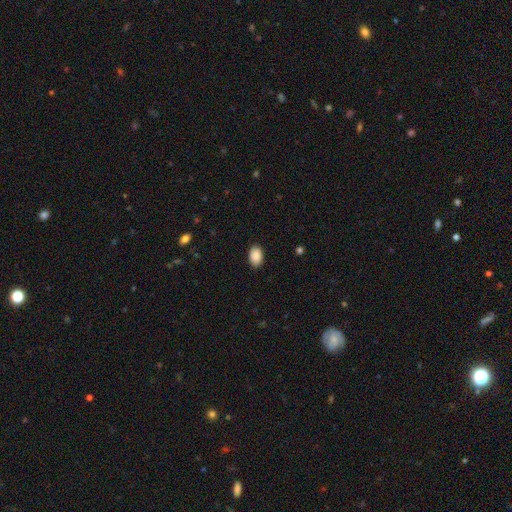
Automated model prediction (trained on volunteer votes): Smooth or featured?
  - smooth: 90% *
  - star or artifact: 7%
  - featured or disk: 3%
How rounded?
  - in between: 87% *
  - round: 12%
  - cigar-shaped: 1%
Merging?
  - none: 88% *
  - minor disturbance: 9%
  - major disturbance: 2%
  - merger: 1%